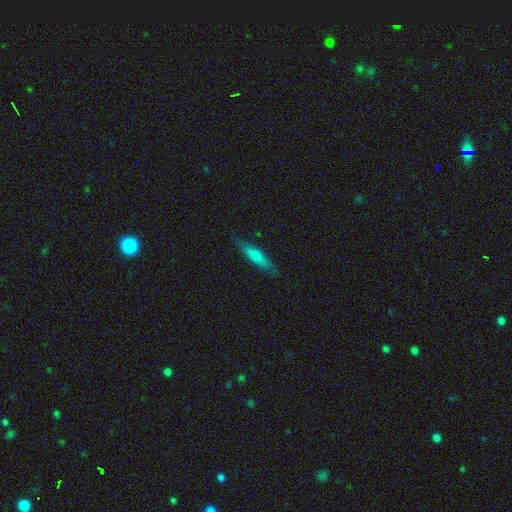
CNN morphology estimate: Smooth or featured? Predicted: smooth (p=0.59). How rounded? Predicted: cigar-shaped (p=0.83). Merging? Predicted: none (p=0.84).